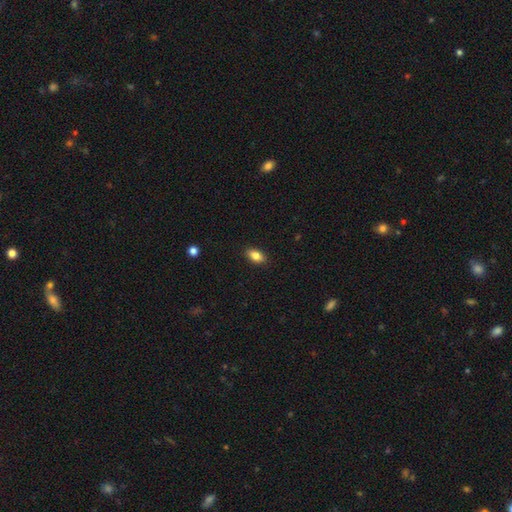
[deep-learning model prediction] A smooth galaxy with no disk features (83%) that is in between round and cigar-shaped (89%). Merging: none (89%).